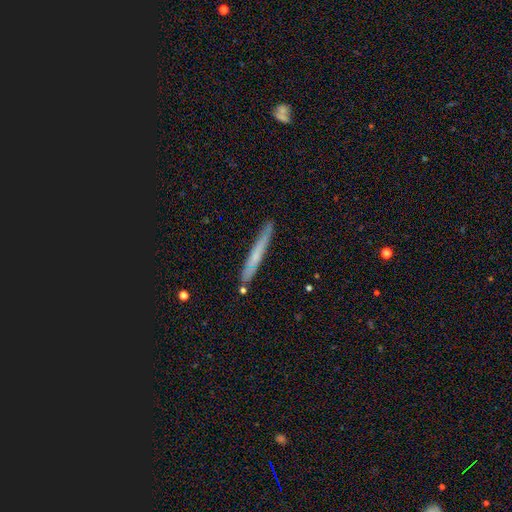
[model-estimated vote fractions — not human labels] smooth_or_featured: smooth (p=0.52) [alt: featured or disk p=0.41]
how_rounded: cigar-shaped (p=0.97) [alt: in between p=0.02]
merging: none (p=0.85) [alt: minor disturbance p=0.11]